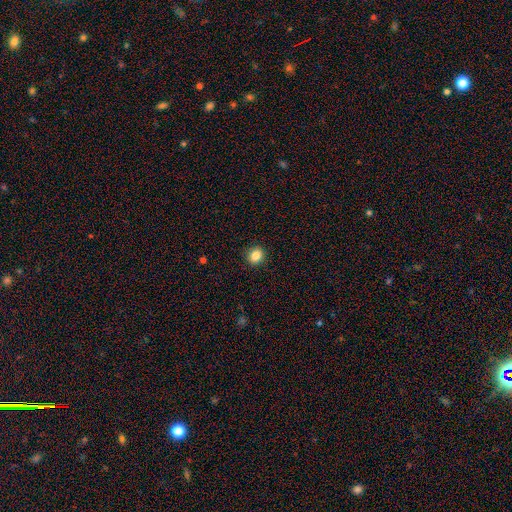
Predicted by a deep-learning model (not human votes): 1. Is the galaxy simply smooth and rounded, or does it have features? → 86% smooth, 10% star or artifact, 4% featured or disk.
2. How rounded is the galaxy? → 71% round, 28% in between, 1% cigar-shaped.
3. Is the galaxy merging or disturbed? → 90% none, 7% minor disturbance, 2% major disturbance, 1% merger.